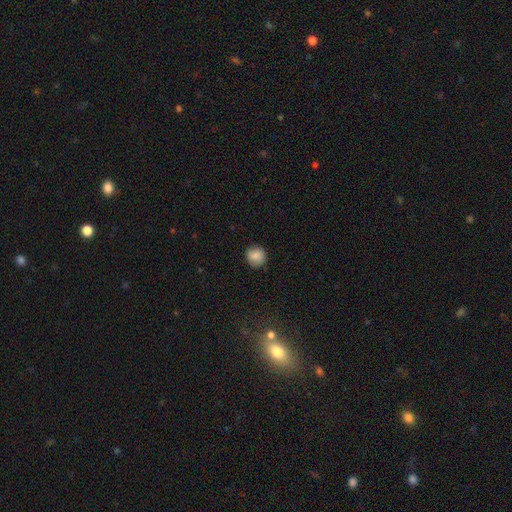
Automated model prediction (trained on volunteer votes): This is clearly a smooth galaxy (86%). How rounded: clearly round (90%). Merging: clearly none (85%).